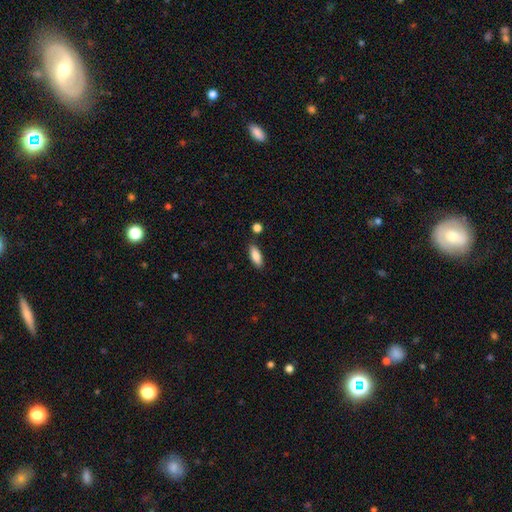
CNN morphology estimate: This is clearly a smooth galaxy (84%). How rounded: likely in between (75%). Merging: clearly none (83%).